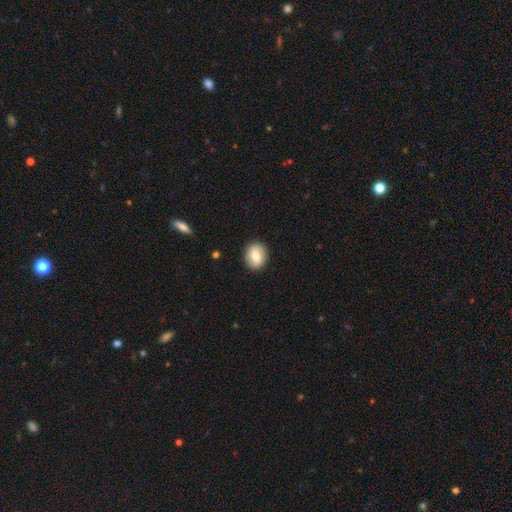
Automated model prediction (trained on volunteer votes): smooth 73%, featured or disk 20%, star or artifact 8%. Down the decision tree: how rounded — round (65%); merging — none (89%).